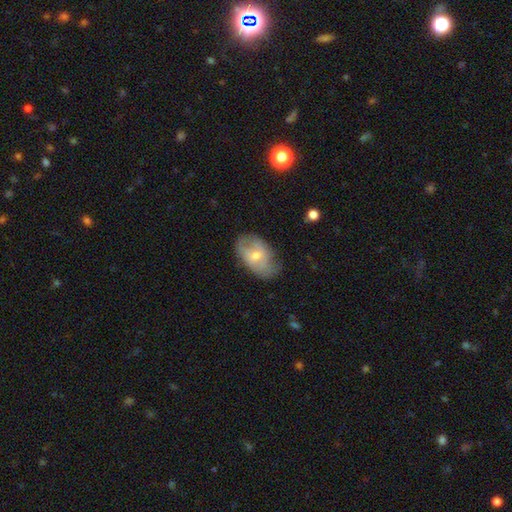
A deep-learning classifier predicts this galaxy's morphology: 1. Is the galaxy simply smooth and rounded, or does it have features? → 49% smooth, 44% featured or disk, 7% star or artifact.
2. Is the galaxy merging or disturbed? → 61% none, 29% minor disturbance, 9% major disturbance, 2% merger.